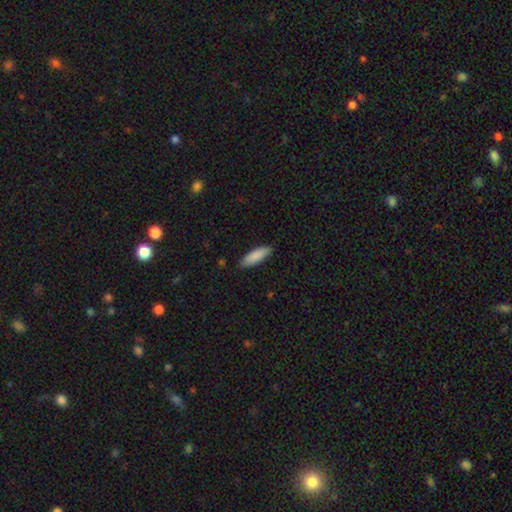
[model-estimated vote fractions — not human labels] Overall: smooth (88%). How rounded: cigar-shaped (54%; in between 44%). Merging: none (87%).